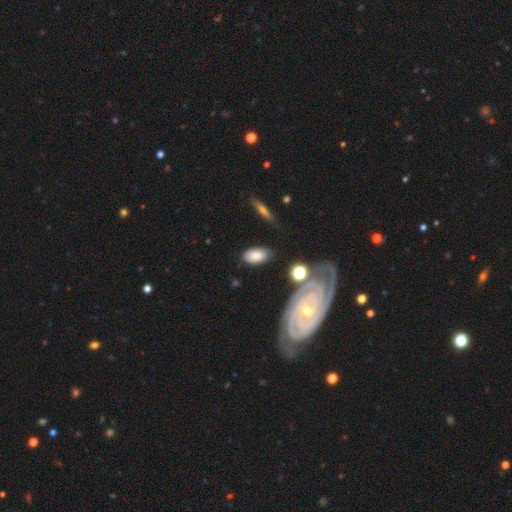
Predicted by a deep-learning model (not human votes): Smooth or featured? Predicted: smooth (p=0.74). How rounded? Predicted: in between (p=0.91). Merging? Predicted: none (p=0.75).